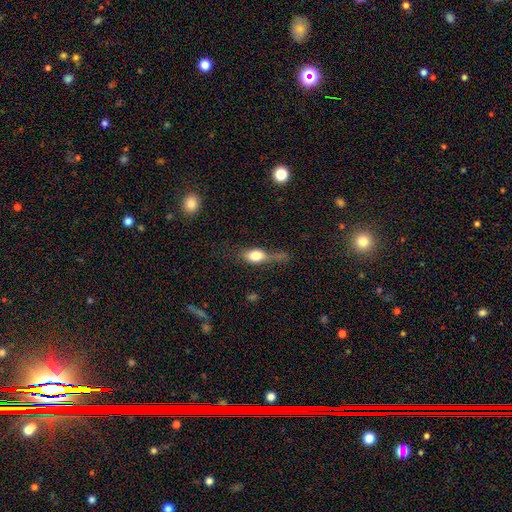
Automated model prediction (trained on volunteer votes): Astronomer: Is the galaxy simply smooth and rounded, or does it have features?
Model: smooth — 66%.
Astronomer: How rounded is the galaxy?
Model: in between — 70%.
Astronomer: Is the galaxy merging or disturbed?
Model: none — 36% (runner-up: minor disturbance, 28%).